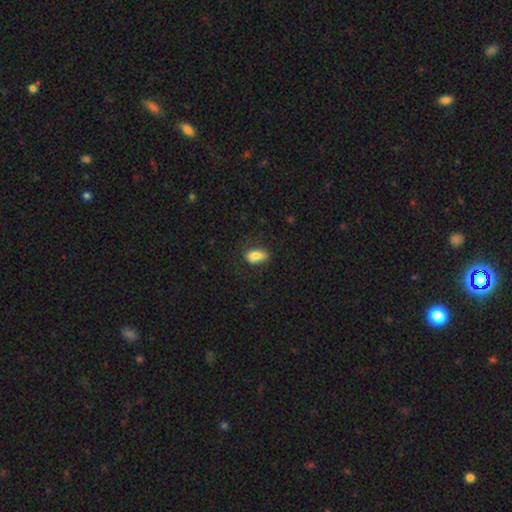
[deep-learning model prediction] Smooth or featured?
  - smooth: 79% *
  - featured or disk: 13%
  - star or artifact: 8%
How rounded?
  - in between: 88% *
  - cigar-shaped: 6%
  - round: 6%
Merging?
  - none: 73% *
  - minor disturbance: 20%
  - major disturbance: 6%
  - merger: 2%